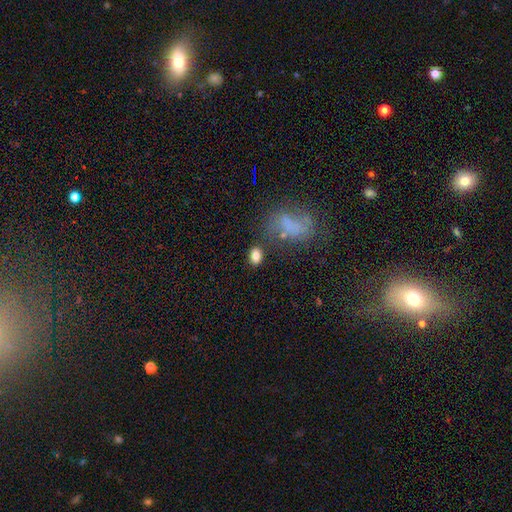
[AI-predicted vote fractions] Q: Smooth or featured?
A: smooth (83%); runner-up: star or artifact (10%)
Q: How rounded?
A: in between (80%); runner-up: round (18%)
Q: Merging?
A: none (72%); runner-up: minor disturbance (14%)